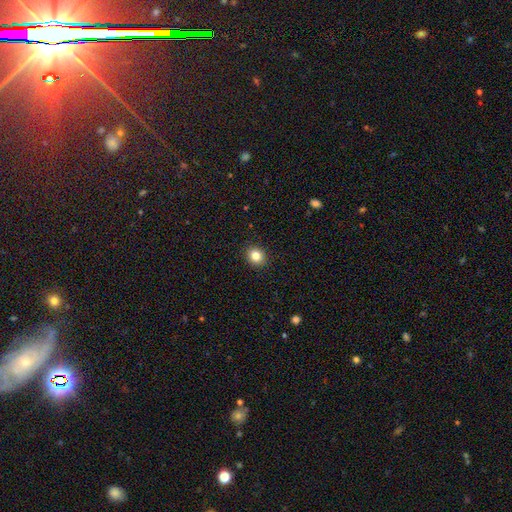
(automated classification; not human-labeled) Q: Smooth or featured?
A: smooth (83%); runner-up: star or artifact (11%)
Q: How rounded?
A: round (74%); runner-up: in between (25%)
Q: Merging?
A: none (92%); runner-up: minor disturbance (6%)